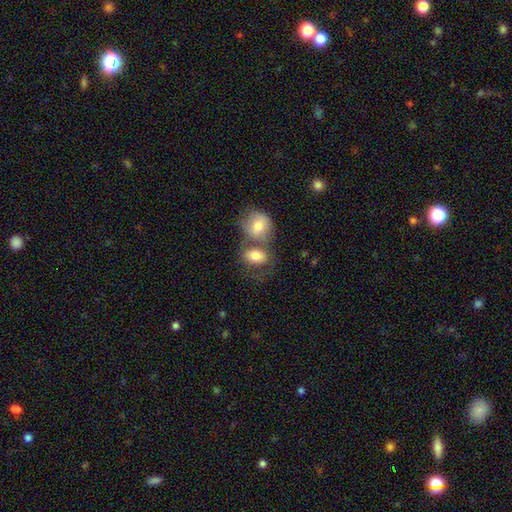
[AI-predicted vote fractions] smooth-or-featured: smooth: 79% | featured or disk: 14% | star or artifact: 7%
  how-rounded: in between: 71% | round: 27% | cigar-shaped: 1%
  merging: merger: 50% | none: 32% | minor disturbance: 11% | major disturbance: 6%